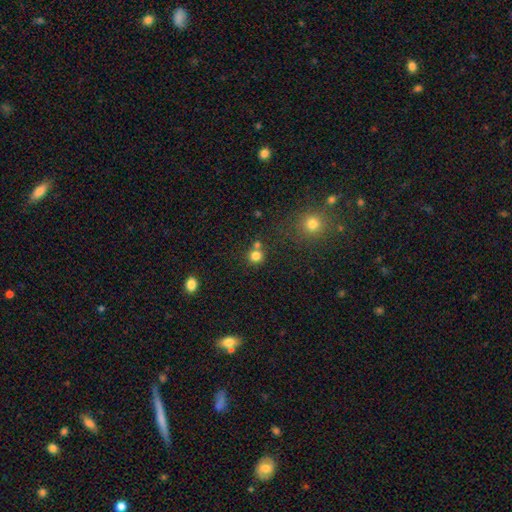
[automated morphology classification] A smooth galaxy with no disk features (80%) that is round (90%). Merging: none (66%).